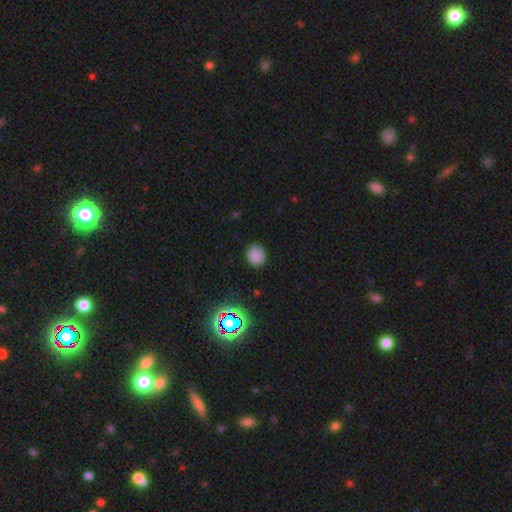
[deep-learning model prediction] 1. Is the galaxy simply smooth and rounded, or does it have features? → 81% smooth, 15% star or artifact, 4% featured or disk.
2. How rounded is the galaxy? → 75% round, 24% in between, 1% cigar-shaped.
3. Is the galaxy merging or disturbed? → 87% none, 9% minor disturbance, 2% major disturbance, 1% merger.